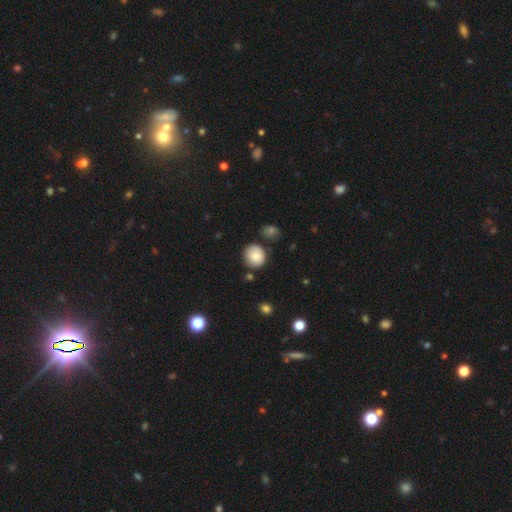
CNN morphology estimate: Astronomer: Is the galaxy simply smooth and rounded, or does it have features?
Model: smooth — 82%.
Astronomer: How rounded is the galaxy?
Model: round — 87%.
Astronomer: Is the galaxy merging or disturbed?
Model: none — 77%.